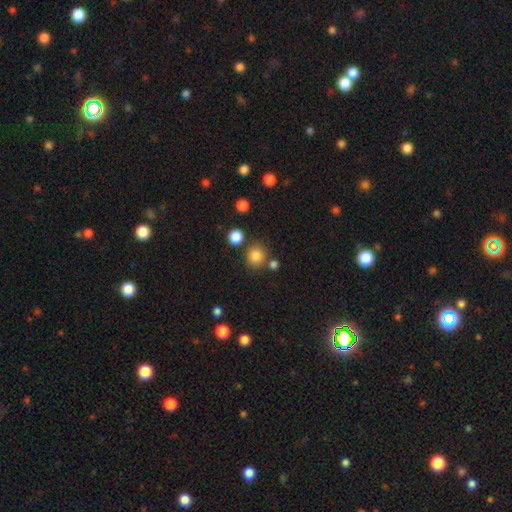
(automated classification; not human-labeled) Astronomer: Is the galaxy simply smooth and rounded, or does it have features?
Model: smooth — 84%.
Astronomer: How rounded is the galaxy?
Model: round — 86%.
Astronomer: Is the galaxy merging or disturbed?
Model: none — 75%.